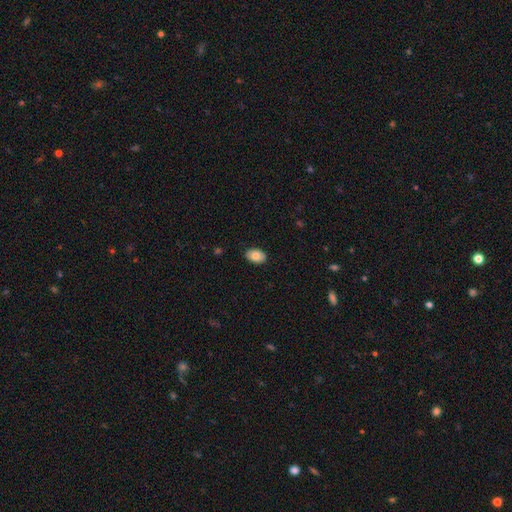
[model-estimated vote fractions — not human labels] Q: Smooth or featured?
A: smooth (81%); runner-up: featured or disk (12%)
Q: How rounded?
A: in between (89%); runner-up: round (10%)
Q: Merging?
A: none (88%); runner-up: minor disturbance (9%)